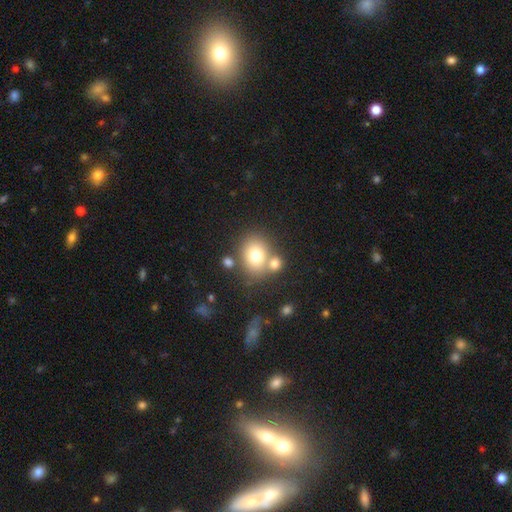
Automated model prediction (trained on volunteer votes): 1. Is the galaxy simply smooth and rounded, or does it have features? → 74% smooth, 15% featured or disk, 11% star or artifact.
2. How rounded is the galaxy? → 58% round, 41% in between, 1% cigar-shaped.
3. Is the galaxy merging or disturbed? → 56% none, 28% merger, 11% minor disturbance, 5% major disturbance.